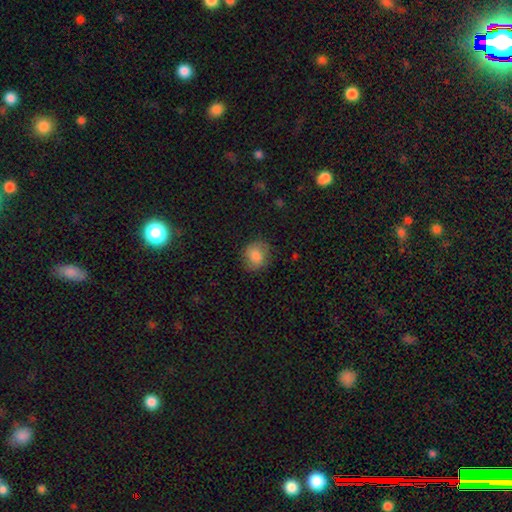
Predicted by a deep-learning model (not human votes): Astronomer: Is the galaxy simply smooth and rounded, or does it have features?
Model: smooth — 80%.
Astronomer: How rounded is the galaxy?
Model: round — 71%.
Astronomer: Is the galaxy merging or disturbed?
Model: none — 79%.